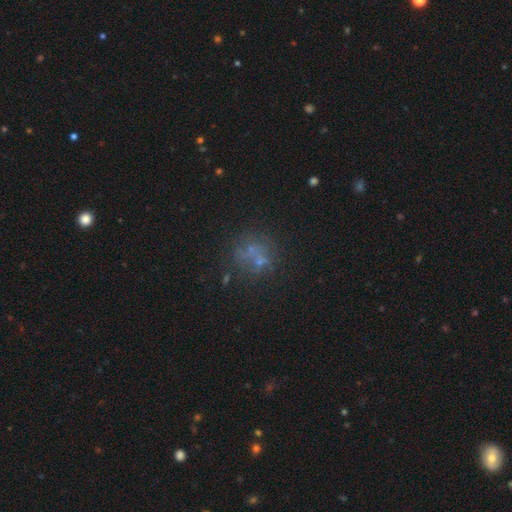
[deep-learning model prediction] Morphology: type=smooth (39%); merging=none (58%).